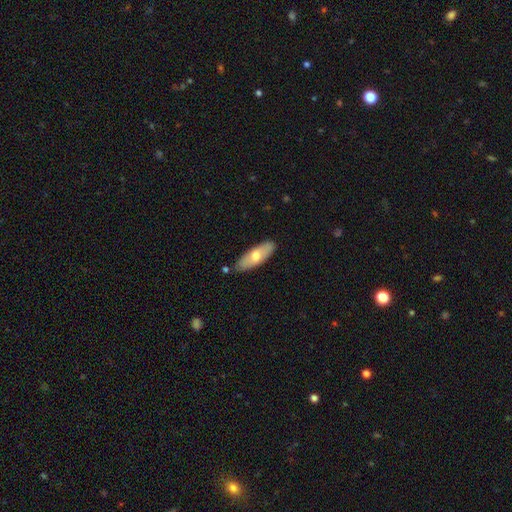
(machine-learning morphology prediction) The model was most divided on "smooth or featured": smooth: 64%, featured or disk: 31%, star or artifact: 6%. More confident: merging — none (82%); how rounded — in between (67%).